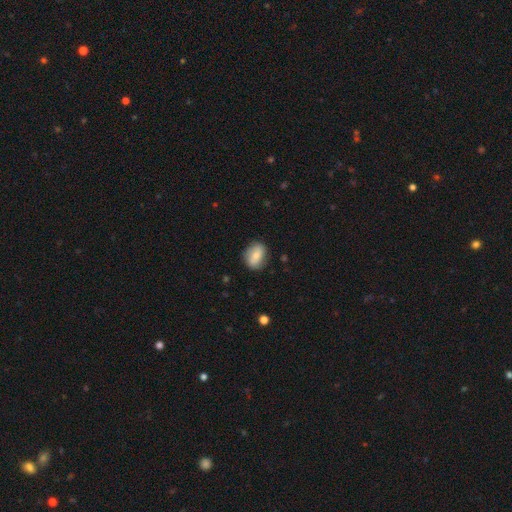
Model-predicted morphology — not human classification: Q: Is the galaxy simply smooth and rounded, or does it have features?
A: smooth — 71%.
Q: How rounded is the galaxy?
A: in between — 68%.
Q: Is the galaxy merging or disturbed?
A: none — 80%.